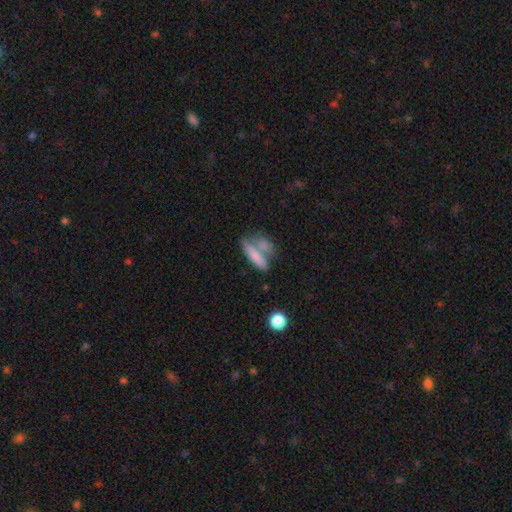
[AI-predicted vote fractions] This is likely a smooth galaxy (76%). How rounded: possibly cigar-shaped (51%). Merging: marginally merger (44%).